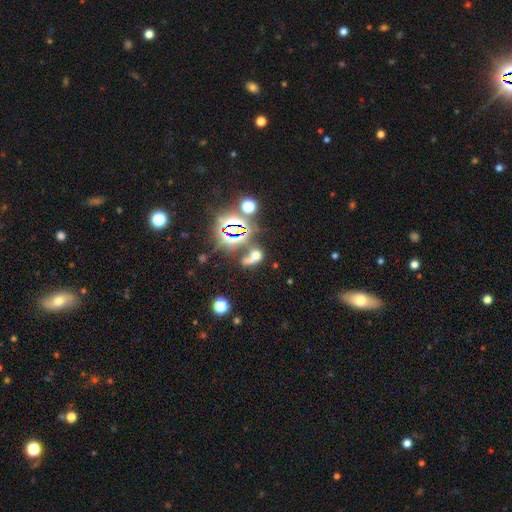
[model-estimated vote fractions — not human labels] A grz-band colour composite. It shows a smooth galaxy with no disk features (47%). Merging: merger (40%).